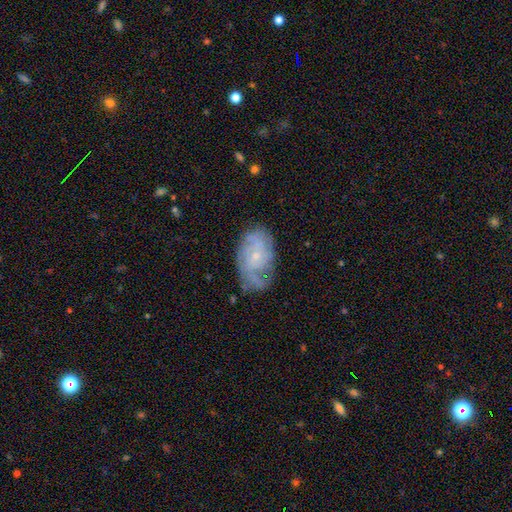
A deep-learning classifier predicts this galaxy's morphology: This is likely a featured or disk galaxy (74%). It is clearly not viewed edge-on (96%). Bar: likely no (75%). Spiral arm pattern: clearly yes (88%). Spiral arm count: marginally can't tell (42%). Spiral winding: possibly tight (52%). Central bulge: likely small (78%). Merging: likely none (60%).